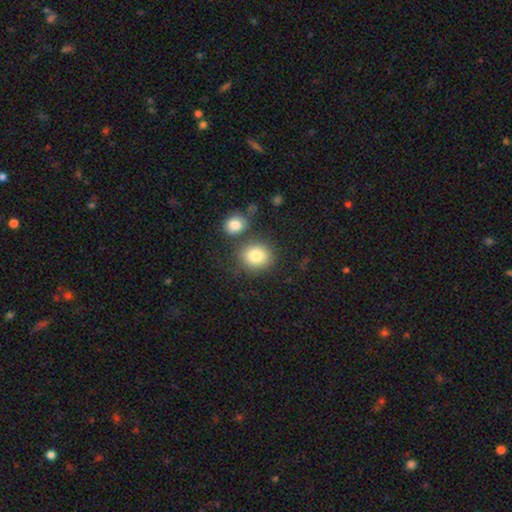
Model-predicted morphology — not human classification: A smooth galaxy with no disk features (83%) that is round (71%). Merging: none (72%).